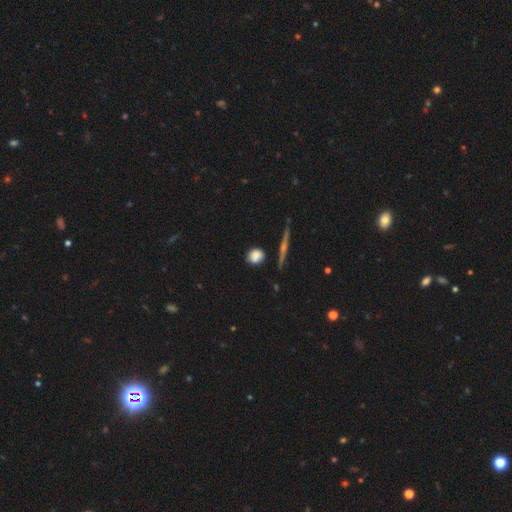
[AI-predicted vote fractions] This appears to be a smooth galaxy with no disk features (79%) that is round (80%). Merging: none (76%).